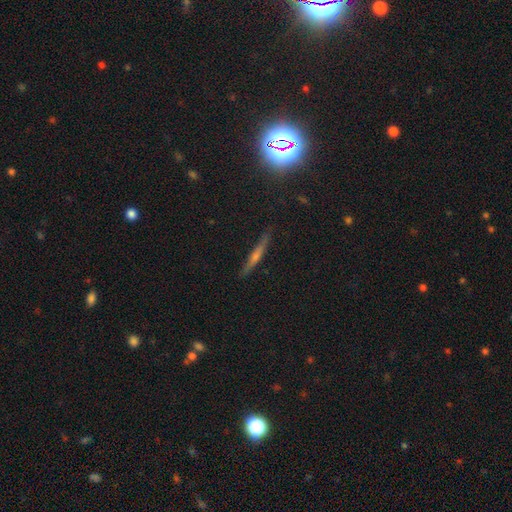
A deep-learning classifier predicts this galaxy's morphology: smooth-or-featured: featured or disk: 58% | smooth: 30% | star or artifact: 12%
  disk-edge-on: yes: 96% | no: 4%
    edge-on-bulge: rounded: 63% | none: 29% | boxy: 8%
  merging: none: 88% | minor disturbance: 9% | major disturbance: 2% | merger: 1%